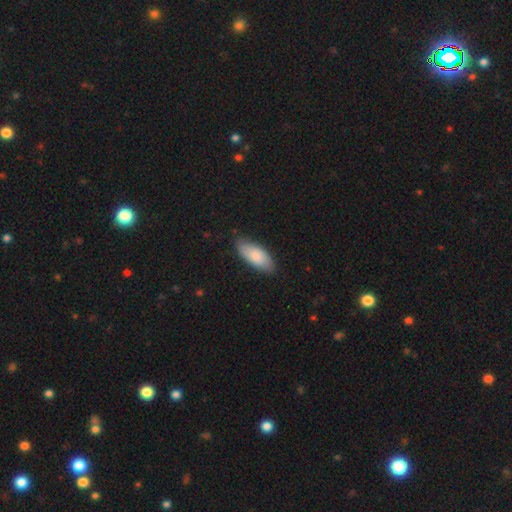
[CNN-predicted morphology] Smooth or featured: smooth — 83% (featured or disk — 12%)
How rounded: in between — 81% (cigar-shaped — 17%)
Merging: none — 79% (minor disturbance — 17%)